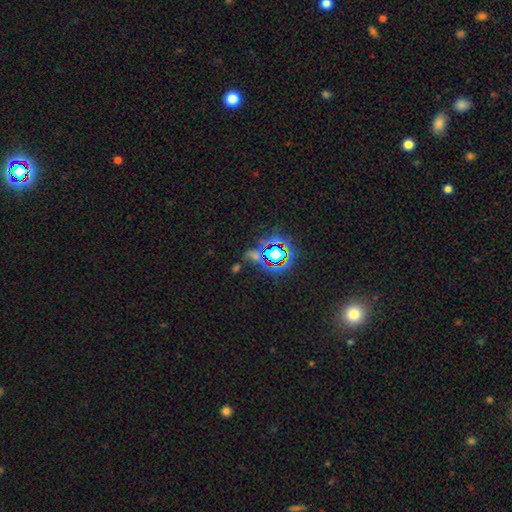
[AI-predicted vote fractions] Smooth or featured? star or artifact (70%)